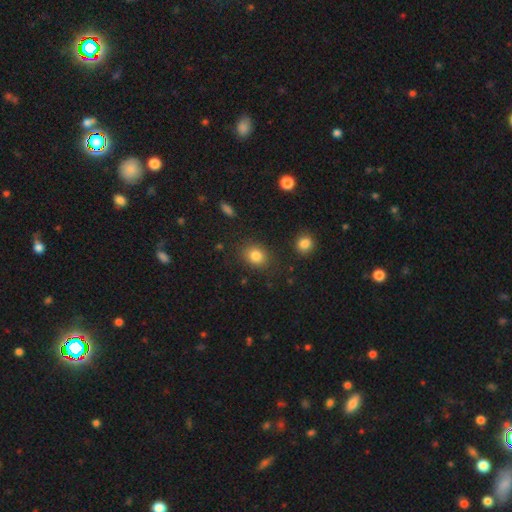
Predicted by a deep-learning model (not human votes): This appears to be a smooth galaxy with no disk features (84%) that is round (56%). Merging: none (83%).